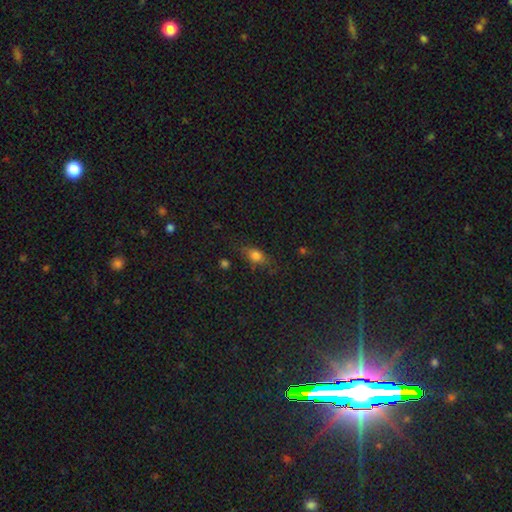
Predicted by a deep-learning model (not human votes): Smooth or featured? Predicted: smooth (p=0.74). How rounded? Predicted: in between (p=0.73). Merging? Predicted: none (p=0.71).